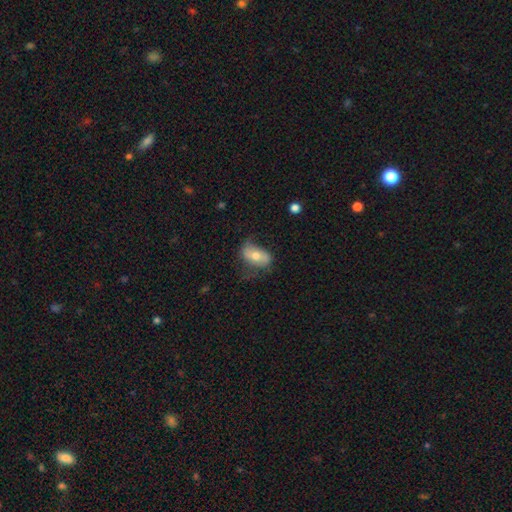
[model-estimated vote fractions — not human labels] A smooth galaxy with no disk features (57%) that is in between round and cigar-shaped (89%). Merging: none (53%).